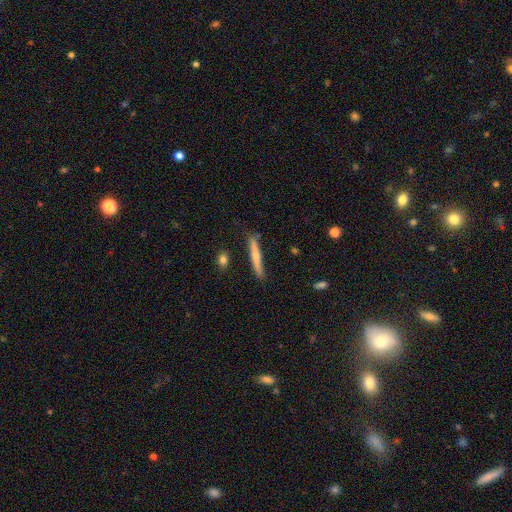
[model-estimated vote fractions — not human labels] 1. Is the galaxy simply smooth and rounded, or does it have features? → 57% smooth, 38% featured or disk, 6% star or artifact.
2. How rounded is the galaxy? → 94% cigar-shaped, 4% in between, 2% round.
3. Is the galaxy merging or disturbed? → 84% none, 11% minor disturbance, 2% merger, 2% major disturbance.